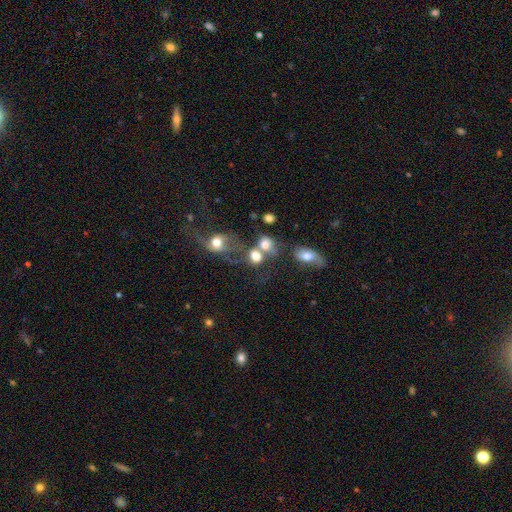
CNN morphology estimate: type=smooth (69%); roundness=round (62%); merging=merger (50%).